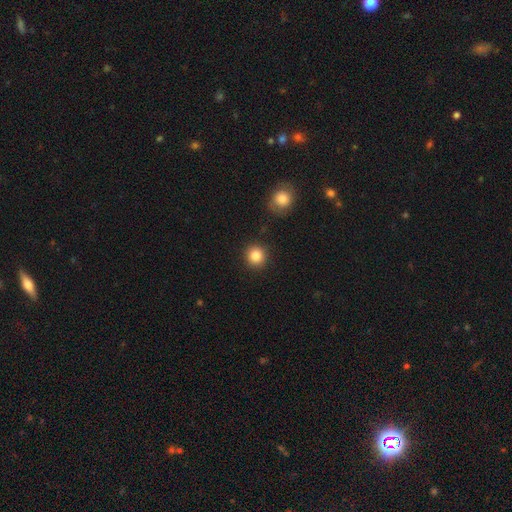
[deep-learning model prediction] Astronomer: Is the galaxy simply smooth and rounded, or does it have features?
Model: smooth — 85%.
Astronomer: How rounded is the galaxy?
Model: round — 93%.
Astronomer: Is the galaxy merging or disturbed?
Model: none — 90%.